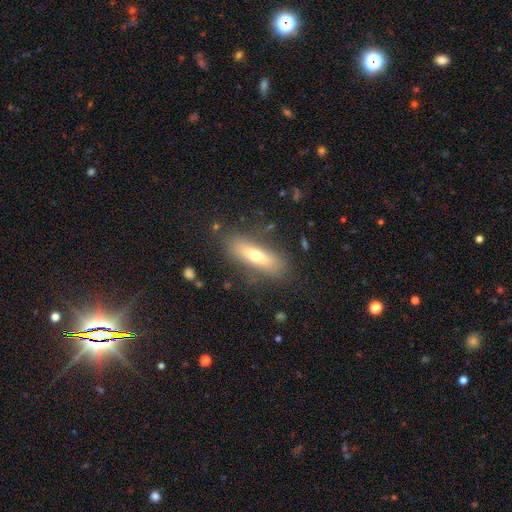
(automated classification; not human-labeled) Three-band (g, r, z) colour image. It shows a smooth galaxy with no disk features (59%) that is cigar-shaped (54%). Merging: none (81%).